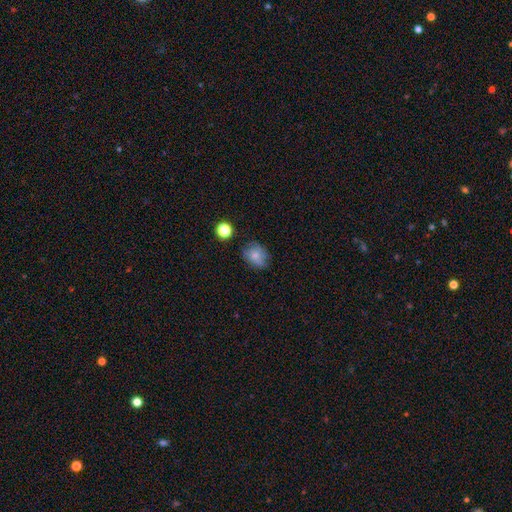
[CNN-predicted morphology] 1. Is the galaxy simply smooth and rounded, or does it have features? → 68% smooth, 20% featured or disk, 12% star or artifact.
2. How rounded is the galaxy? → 57% round, 42% in between, 1% cigar-shaped.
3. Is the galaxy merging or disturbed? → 64% none, 25% minor disturbance, 8% major disturbance, 3% merger.